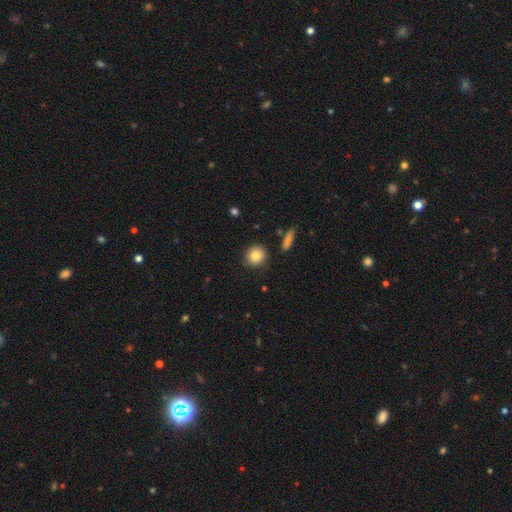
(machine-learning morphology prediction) A smooth galaxy with no disk features (83%) that is round (89%).

Vote fractions:
- Smooth or featured? smooth: 83% / star or artifact: 9% / featured or disk: 8%
- How rounded? round: 89% / in between: 10% / cigar-shaped: 1%
- Merging? none: 88% / minor disturbance: 7% / merger: 2% / major disturbance: 2%